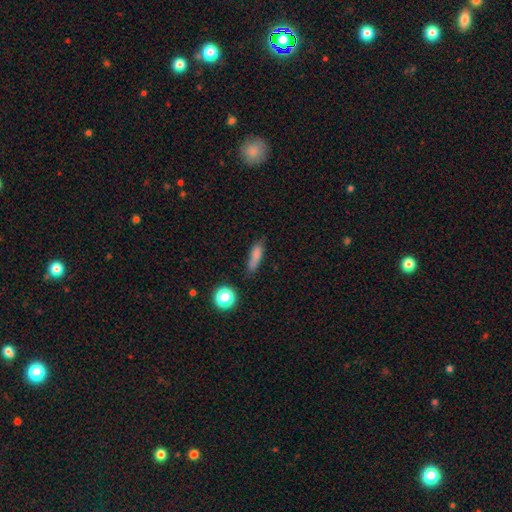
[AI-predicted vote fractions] smooth 76%, star or artifact 12%, featured or disk 11%. Down the decision tree: how rounded — cigar-shaped (59%); merging — none (60%).